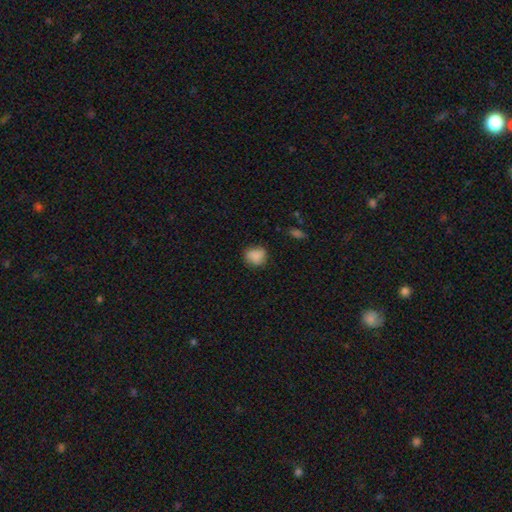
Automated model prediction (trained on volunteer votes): A smooth galaxy with no disk features (84%) that is round (72%).

Vote fractions:
- Smooth or featured? smooth: 84% / star or artifact: 9% / featured or disk: 7%
- How rounded? round: 72% / in between: 26% / cigar-shaped: 1%
- Merging? none: 74% / minor disturbance: 19% / major disturbance: 5% / merger: 2%